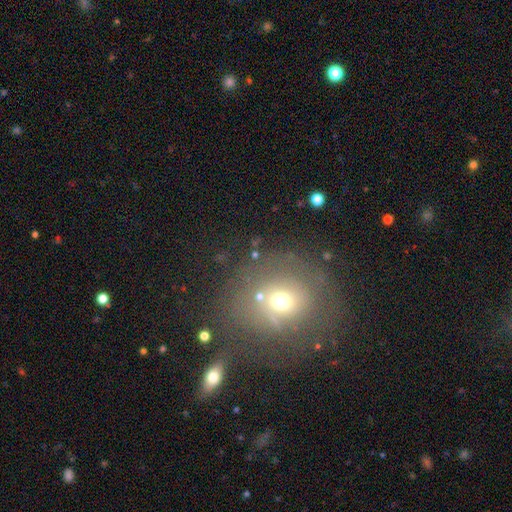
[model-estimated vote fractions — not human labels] Smooth or featured: smooth — 54% (star or artifact — 24%)
How rounded: round — 80% (in between — 18%)
Merging: none — 64% (minor disturbance — 15%)